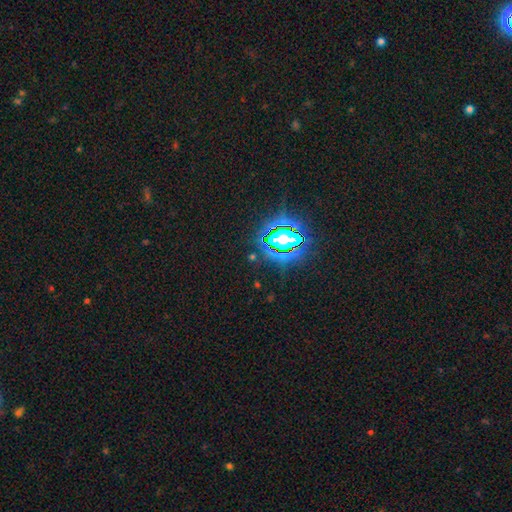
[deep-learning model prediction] This is likely a star or artifact rather than a galaxy (78%).